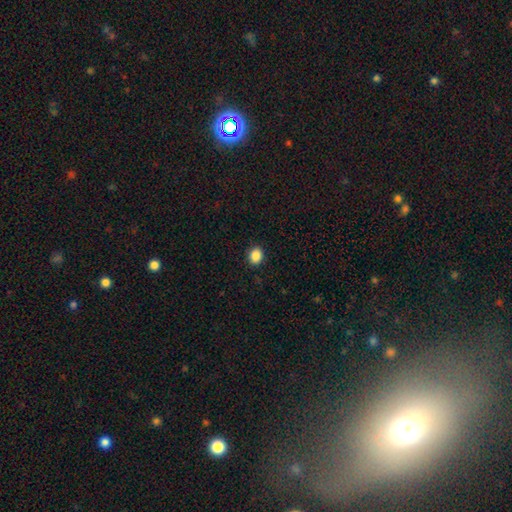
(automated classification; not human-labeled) Smooth or featured: smooth — 88% (star or artifact — 9%)
How rounded: round — 57% (in between — 42%)
Merging: none — 91% (minor disturbance — 6%)